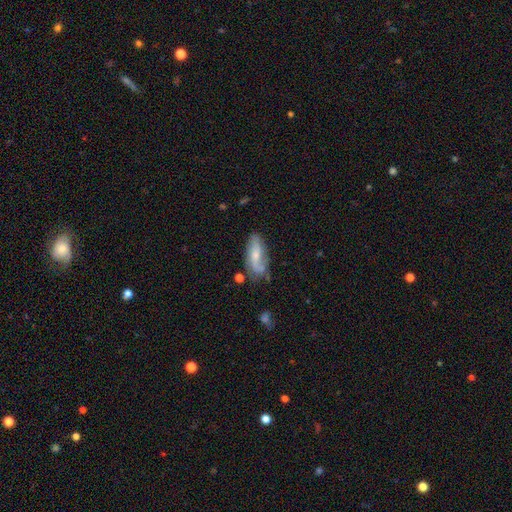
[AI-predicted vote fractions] Smooth or featured? featured or disk (52%)
Edge-on disk? no (85%)
Merging? none (57%)